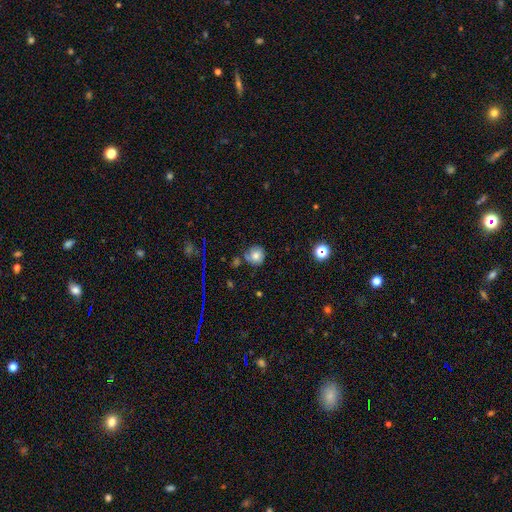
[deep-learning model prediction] A smooth galaxy with no disk features (67%) that is round (89%).

Vote fractions:
- Smooth or featured? smooth: 67% / featured or disk: 19% / star or artifact: 15%
- How rounded? round: 89% / in between: 10% / cigar-shaped: 1%
- Merging? none: 67% / minor disturbance: 20% / merger: 8% / major disturbance: 6%